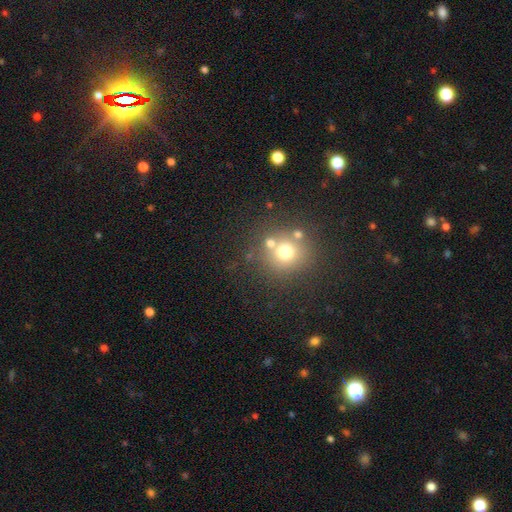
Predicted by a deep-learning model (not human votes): The model was most divided on "smooth or featured": star or artifact: 51%, smooth: 40%, featured or disk: 10%.